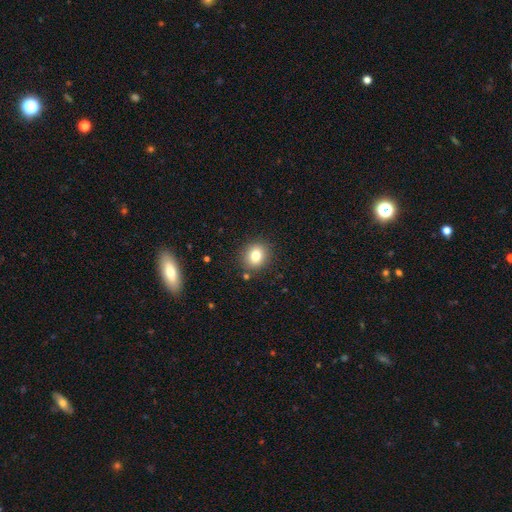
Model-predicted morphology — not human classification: type=smooth (80%); roundness=round (72%); merging=none (87%).